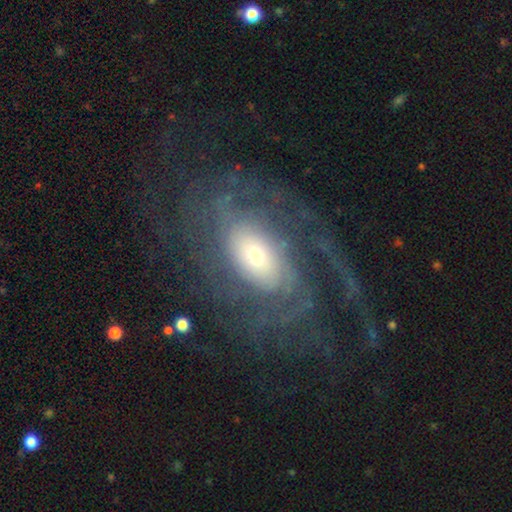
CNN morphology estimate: This is clearly a featured or disk galaxy (85%). It is clearly not viewed edge-on (95%). Bar: likely no (71%). Spiral arm pattern: clearly yes (93%). Spiral arm count: marginally can't tell (34%). Spiral winding: possibly tight (53%). Central bulge: possibly small (45%). Merging: likely none (64%).